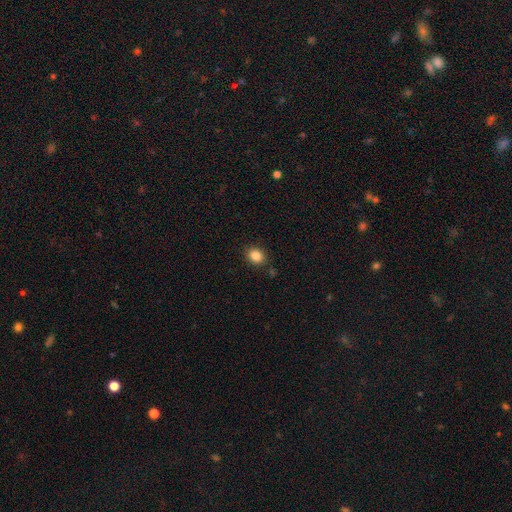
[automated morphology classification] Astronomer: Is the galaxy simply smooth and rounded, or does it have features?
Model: smooth — 85%.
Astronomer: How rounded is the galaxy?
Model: round — 61% (runner-up: in between, 38%).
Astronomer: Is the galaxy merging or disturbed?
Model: none — 86%.